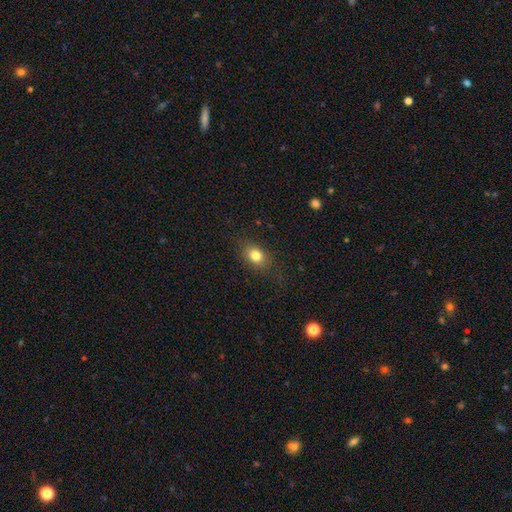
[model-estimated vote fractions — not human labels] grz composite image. It shows a smooth galaxy with no disk features (81%) that is in between round and cigar-shaped (60%). Merging: none (82%).